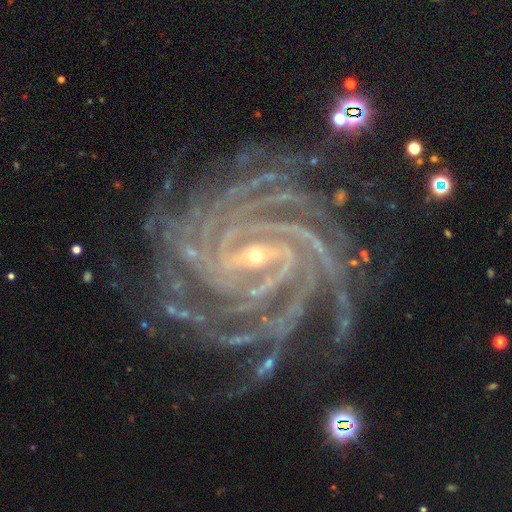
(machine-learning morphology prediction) type=featured or disk (91%); edge-on=no (98%); bar=strong (42%); spiral arms=yes (99%); winding=tight (84%); arm count=more than 4 (40%); bulge=small (73%); merging=none (80%).